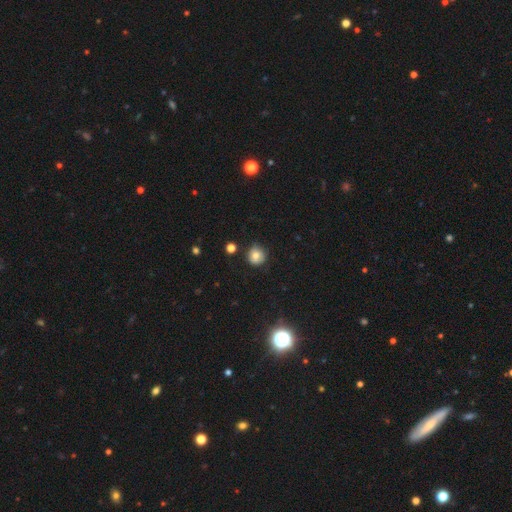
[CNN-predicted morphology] Smooth or featured? smooth (74%)
How rounded? round (91%)
Merging? none (79%)